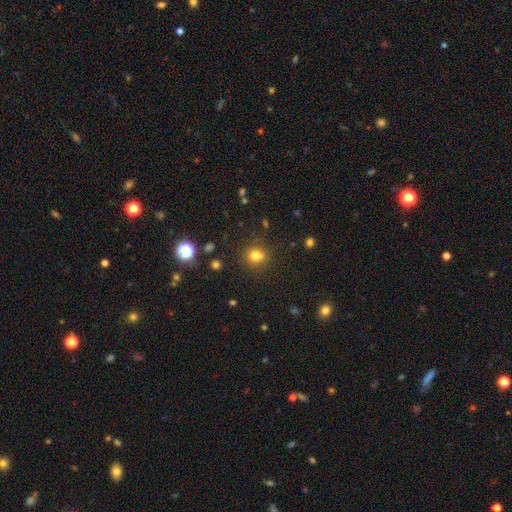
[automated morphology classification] Q: Smooth or featured?
A: smooth (74%); runner-up: star or artifact (18%)
Q: How rounded?
A: round (82%); runner-up: in between (17%)
Q: Merging?
A: none (73%); runner-up: merger (12%)